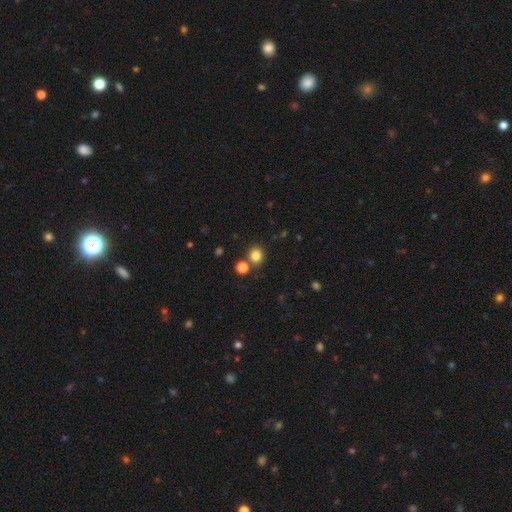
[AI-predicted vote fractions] This appears to be a smooth galaxy with no disk features (81%) that is round (80%). Merging: none (76%).